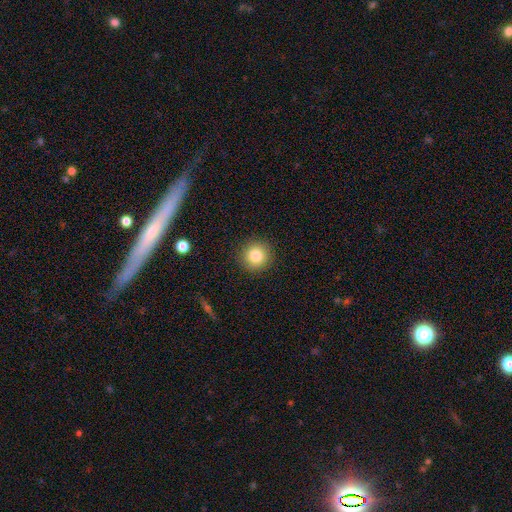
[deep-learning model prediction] smooth-or-featured: smooth: 83% | star or artifact: 10% | featured or disk: 6%
  how-rounded: round: 94% | in between: 5% | cigar-shaped: 1%
  merging: none: 91% | minor disturbance: 6% | major disturbance: 2% | merger: 1%